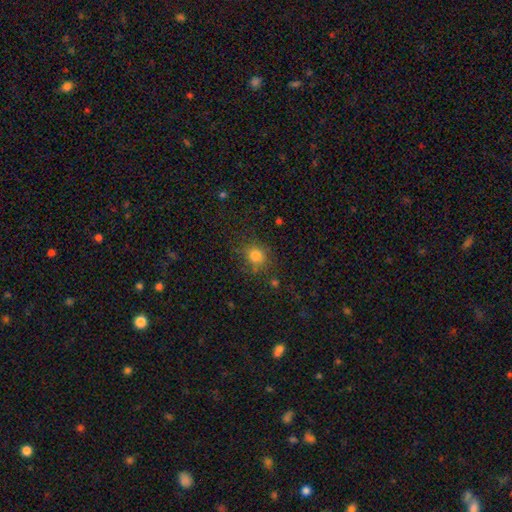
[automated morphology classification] Q: Smooth or featured?
A: smooth (80%); runner-up: star or artifact (13%)
Q: How rounded?
A: round (82%); runner-up: in between (17%)
Q: Merging?
A: none (78%); runner-up: minor disturbance (14%)